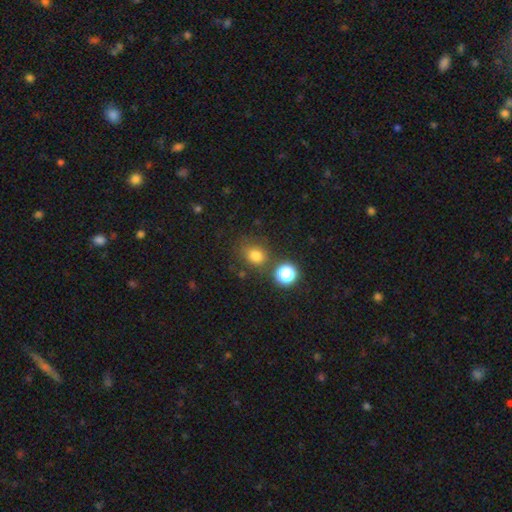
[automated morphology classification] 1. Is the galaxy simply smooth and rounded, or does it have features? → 77% smooth, 17% star or artifact, 6% featured or disk.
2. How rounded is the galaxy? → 70% round, 29% in between, 1% cigar-shaped.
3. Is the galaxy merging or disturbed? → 70% none, 14% minor disturbance, 10% merger, 6% major disturbance.